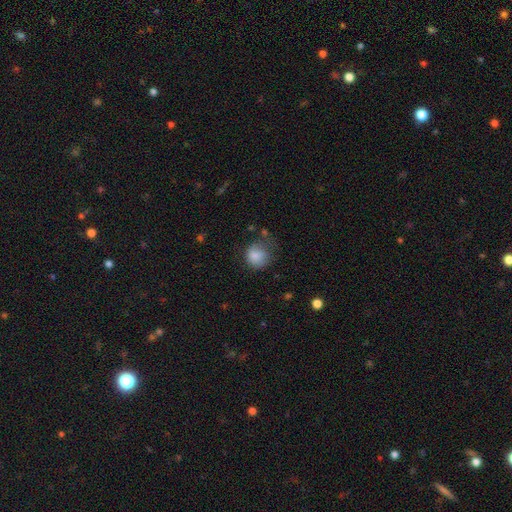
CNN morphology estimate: This is clearly a smooth galaxy (82%). How rounded: likely round (77%). Merging: possibly none (50%).